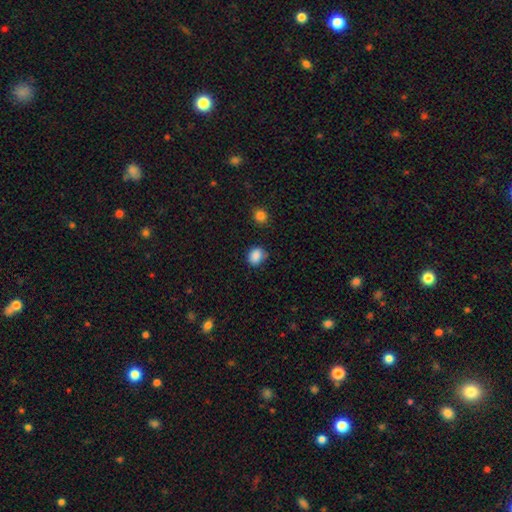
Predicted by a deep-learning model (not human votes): smooth 87%, star or artifact 9%, featured or disk 3%. Down the decision tree: how rounded — round (53%); merging — none (73%).